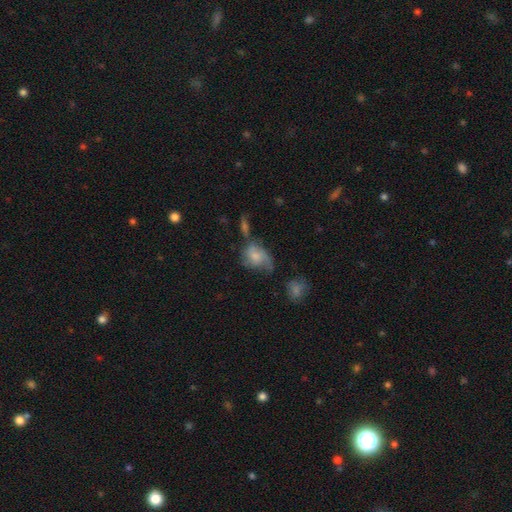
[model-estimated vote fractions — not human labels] smooth-or-featured: smooth: 54% | featured or disk: 37% | star or artifact: 9%
  how-rounded: in between: 62% | round: 37% | cigar-shaped: 2%
  merging: none: 30% | major disturbance: 29% | minor disturbance: 28% | merger: 13%